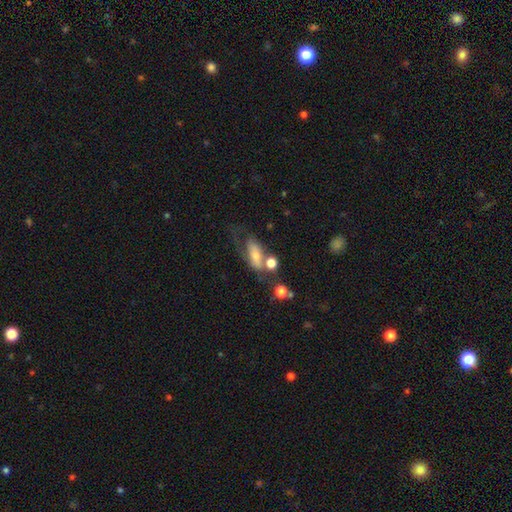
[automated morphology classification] A smooth galaxy with no disk features (53%) that is in between round and cigar-shaped (75%). Merging: none (29%, tied with major disturbance).